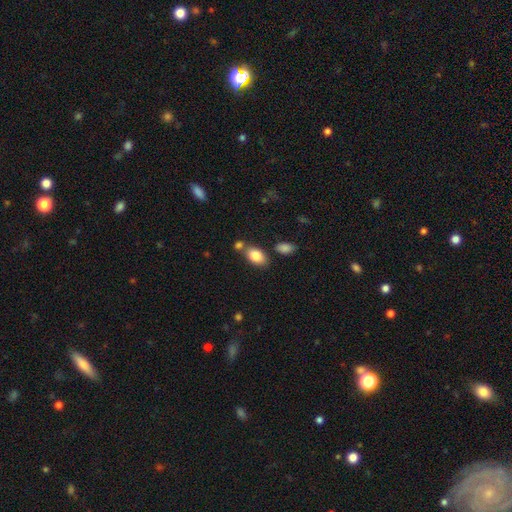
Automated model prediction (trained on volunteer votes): smooth_or_featured: smooth (p=0.84) [alt: featured or disk p=0.09]
how_rounded: in between (p=0.89) [alt: round p=0.10]
merging: none (p=0.68) [alt: merger p=0.17]